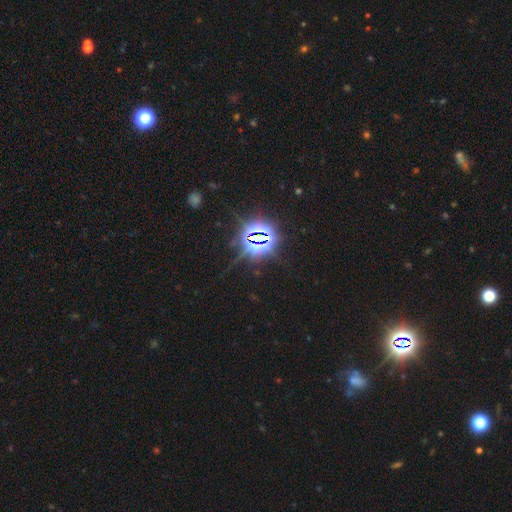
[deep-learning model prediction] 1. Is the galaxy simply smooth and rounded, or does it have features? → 82% star or artifact, 11% smooth, 6% featured or disk.